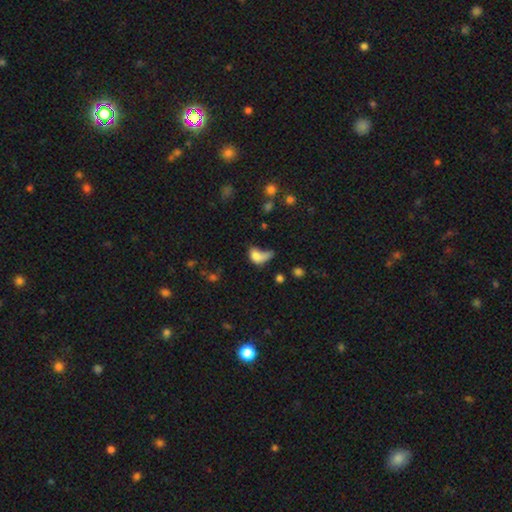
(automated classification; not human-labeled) smooth 69%, featured or disk 19%, star or artifact 12%. Down the decision tree: how rounded — in between (74%); merging — major disturbance (39%).